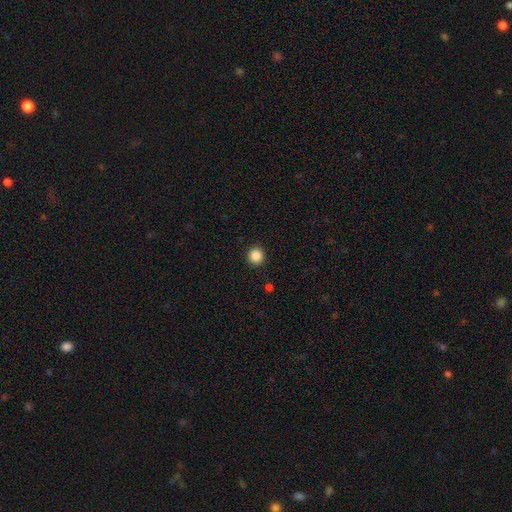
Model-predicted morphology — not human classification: Smooth or featured? Predicted: smooth (p=0.87). How rounded? Predicted: round (p=0.95). Merging? Predicted: none (p=0.92).